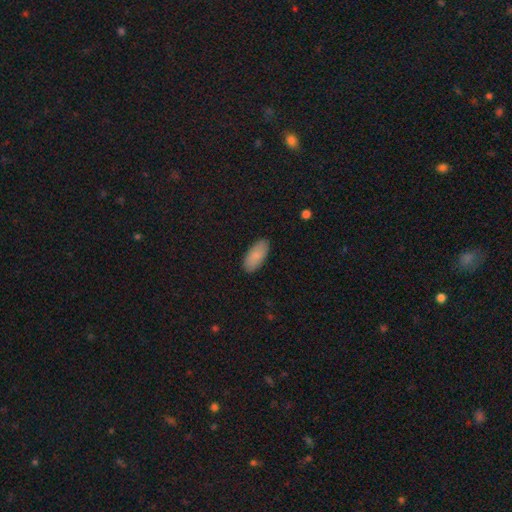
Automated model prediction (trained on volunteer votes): This appears to be a smooth galaxy with no disk features (88%) that is in between round and cigar-shaped (90%). Merging: none (88%).